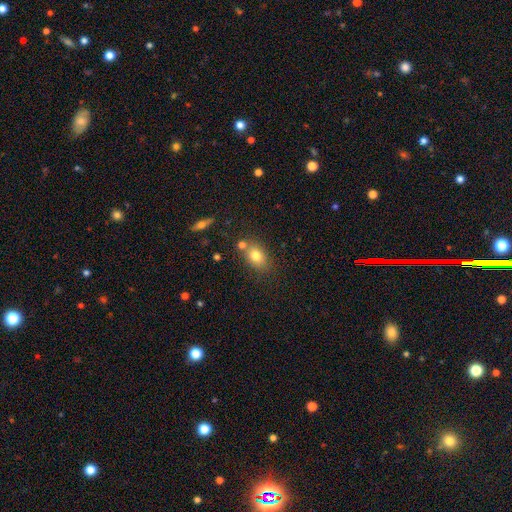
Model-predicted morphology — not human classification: Q: Smooth or featured?
A: smooth (77%); runner-up: featured or disk (12%)
Q: How rounded?
A: in between (72%); runner-up: round (25%)
Q: Merging?
A: none (69%); runner-up: merger (14%)